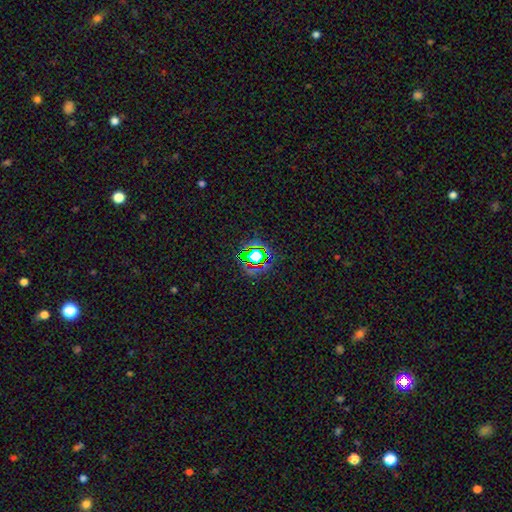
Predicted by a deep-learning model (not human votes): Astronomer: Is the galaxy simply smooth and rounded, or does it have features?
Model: star or artifact — 66%.